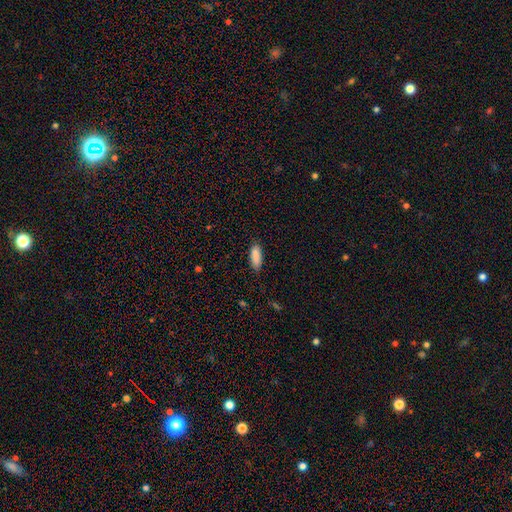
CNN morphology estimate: Smooth or featured? smooth (88%)
How rounded? in between (69%)
Merging? none (84%)